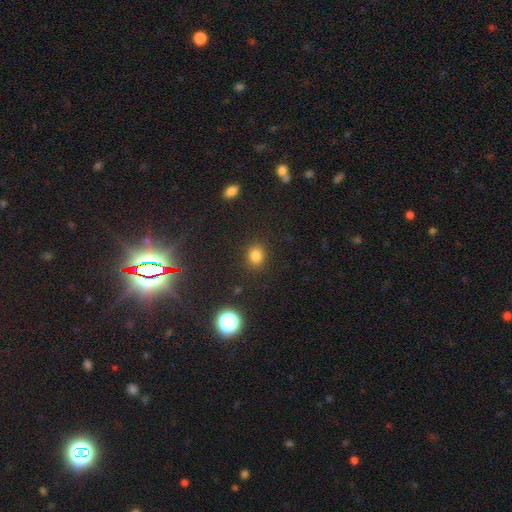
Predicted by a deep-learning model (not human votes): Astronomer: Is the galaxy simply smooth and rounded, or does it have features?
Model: smooth — 80%.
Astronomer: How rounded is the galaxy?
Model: round — 65%.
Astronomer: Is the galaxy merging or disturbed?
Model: none — 87%.